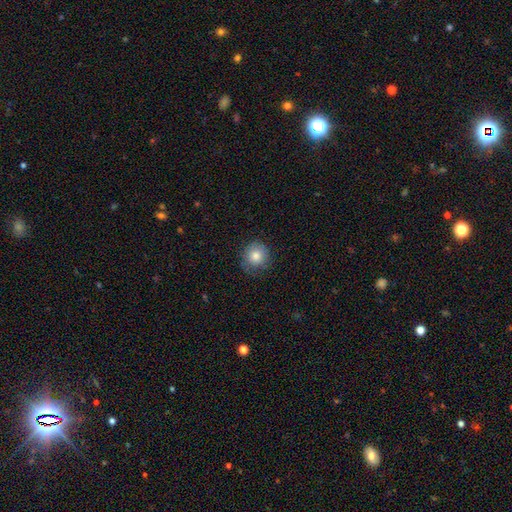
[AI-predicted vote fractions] smooth 81%, featured or disk 10%, star or artifact 9%. Down the decision tree: how rounded — round (92%); merging — none (75%).